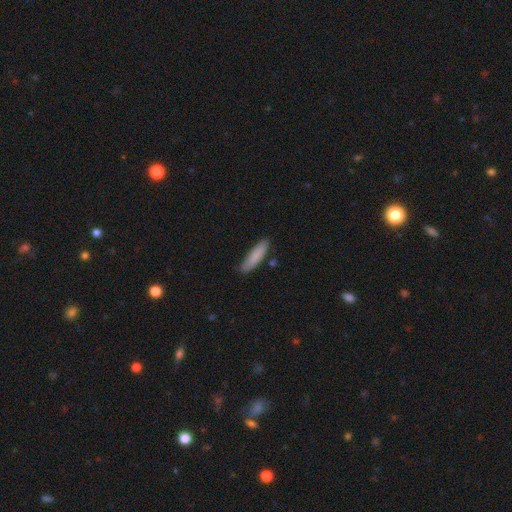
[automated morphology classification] Smooth or featured?
  - smooth: 85% *
  - featured or disk: 9%
  - star or artifact: 6%
How rounded?
  - cigar-shaped: 72% *
  - in between: 26%
  - round: 1%
Merging?
  - none: 82% *
  - minor disturbance: 14%
  - merger: 2%
  - major disturbance: 2%